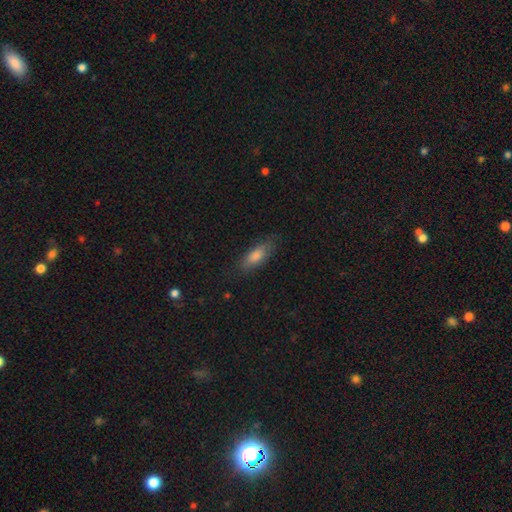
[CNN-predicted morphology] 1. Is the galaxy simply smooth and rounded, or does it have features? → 74% smooth, 17% featured or disk, 8% star or artifact.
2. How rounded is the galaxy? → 64% in between, 34% cigar-shaped, 3% round.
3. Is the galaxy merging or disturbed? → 79% none, 16% minor disturbance, 4% major disturbance, 1% merger.